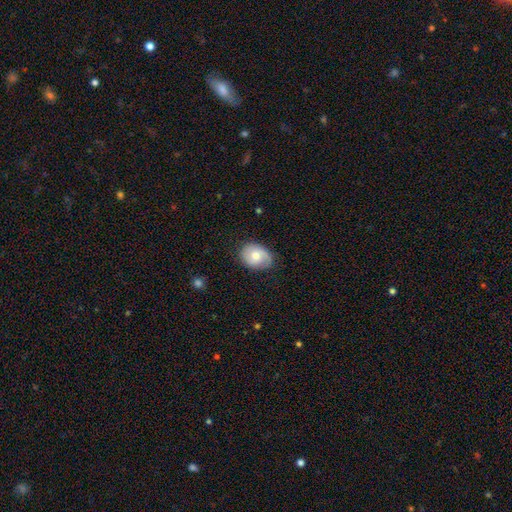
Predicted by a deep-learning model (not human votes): Overall: smooth (58%; featured or disk 35%). How rounded: in between (59%; round 40%). Merging: none (74%).